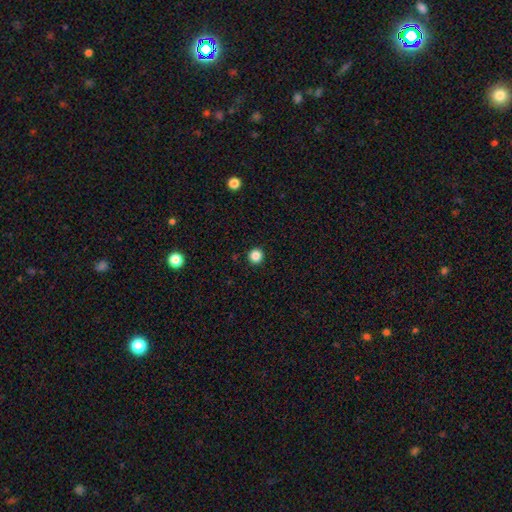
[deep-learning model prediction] Smooth or featured? Predicted: smooth (p=0.86). How rounded? Predicted: round (p=0.96). Merging? Predicted: none (p=0.94).